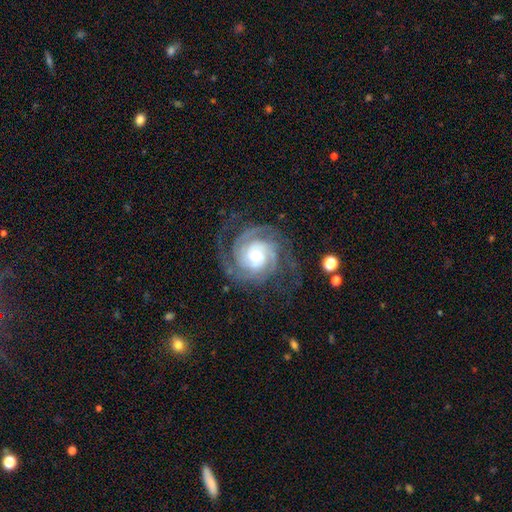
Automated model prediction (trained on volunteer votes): A featured or disk galaxy (90%) with no bar (66%), 2 (34%) tight (69%) spiral arms (98%) and a moderate central bulge (51%).

Vote fractions:
- Smooth or featured? featured or disk: 90% / smooth: 5% / star or artifact: 5%
- Edge-on disk? no: 98% / yes: 2%
- Bar? no: 66% / weak: 25% / strong: 9%
- Spiral arms? yes: 98% / no: 2%
- Spiral winding? tight: 69% / medium: 26% / loose: 5%
- Spiral arm count? 2: 34% / 3: 29% / can't tell: 14% / 4: 10% / more than 4: 6% / 1: 6%
- Bulge size? moderate: 51% / small: 34% / large: 12% / dominant: 2% / none: 2%
- Merging? none: 72% / minor disturbance: 15% / major disturbance: 11% / merger: 1%